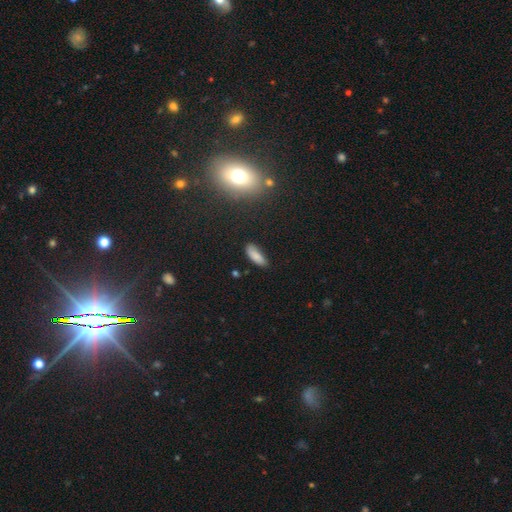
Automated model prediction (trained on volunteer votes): The model was most divided on "how rounded": in between: 67%, cigar-shaped: 31%, round: 2%. More confident: smooth or featured — smooth (82%); merging — none (73%).